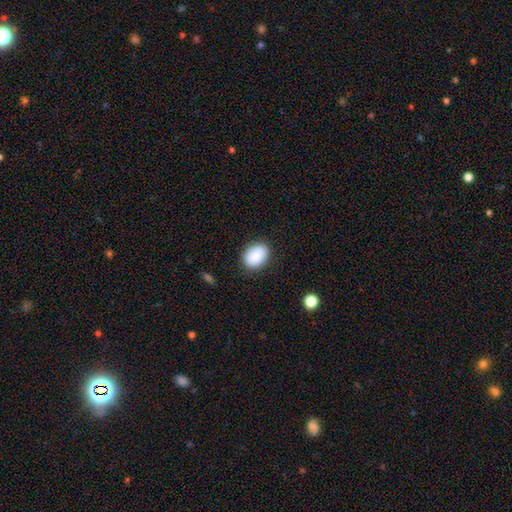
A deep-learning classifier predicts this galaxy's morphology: Q: Smooth or featured?
A: smooth (88%); runner-up: star or artifact (7%)
Q: How rounded?
A: in between (72%); runner-up: round (27%)
Q: Merging?
A: none (86%); runner-up: minor disturbance (10%)